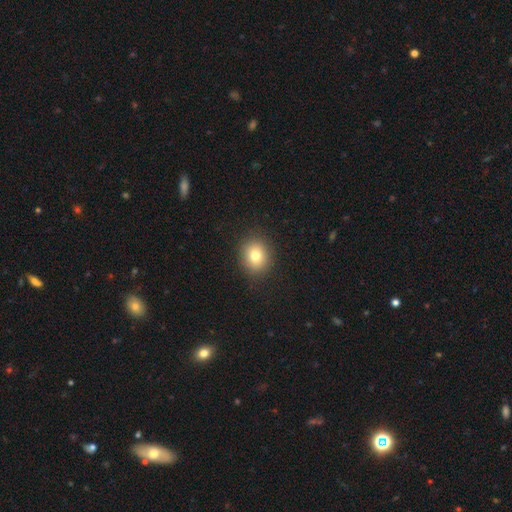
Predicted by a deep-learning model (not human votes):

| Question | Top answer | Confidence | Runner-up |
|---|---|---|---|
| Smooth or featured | smooth | 78% | star or artifact (12%) |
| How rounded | round | 74% | in between (25%) |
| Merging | none | 89% | minor disturbance (7%) |